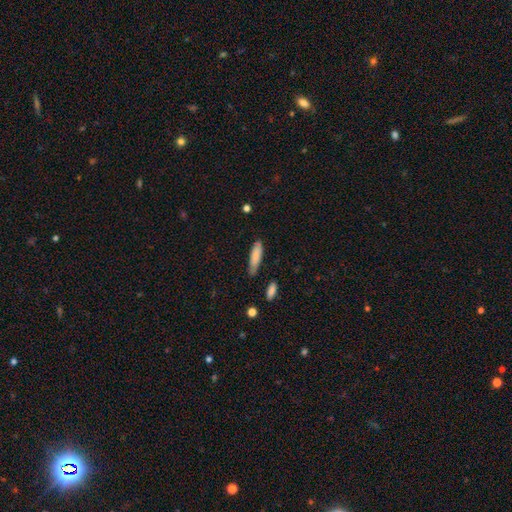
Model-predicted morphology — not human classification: Q: Smooth or featured?
A: smooth (82%); runner-up: featured or disk (11%)
Q: How rounded?
A: cigar-shaped (67%); runner-up: in between (32%)
Q: Merging?
A: none (68%); runner-up: minor disturbance (24%)